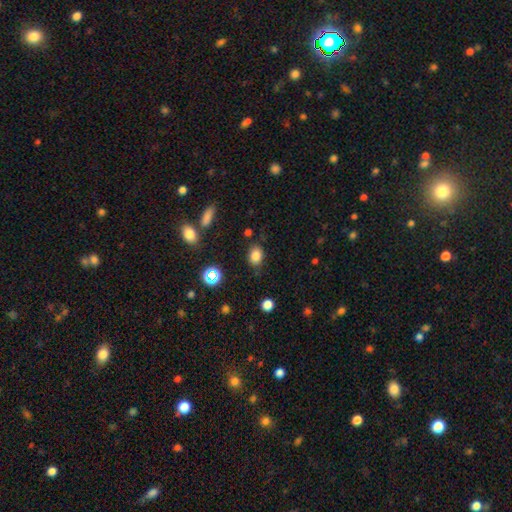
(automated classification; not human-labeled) A smooth galaxy with no disk features (80%) that is in between round and cigar-shaped (67%). Merging: none (77%).